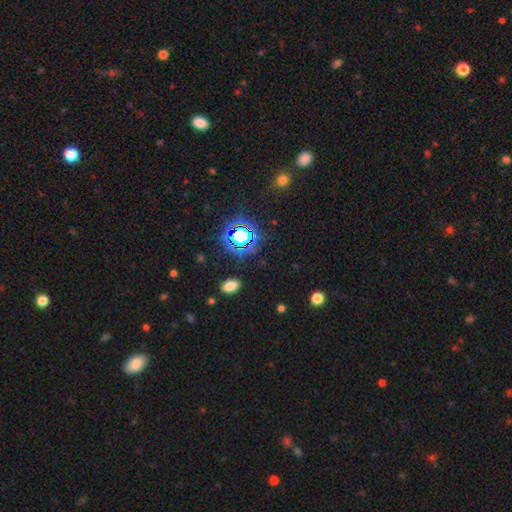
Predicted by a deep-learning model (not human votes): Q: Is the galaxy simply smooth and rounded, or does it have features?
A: star or artifact — 77%.